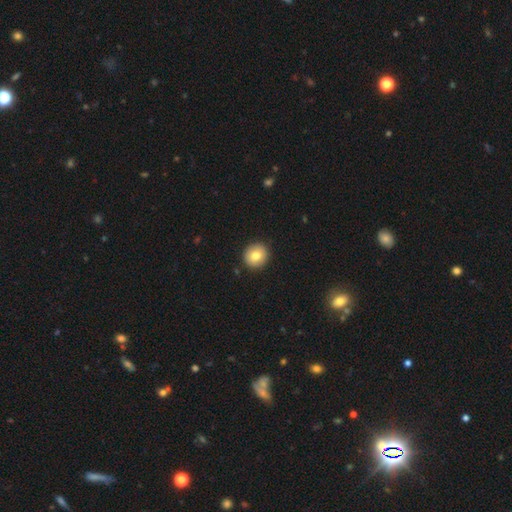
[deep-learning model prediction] This appears to be a smooth galaxy with no disk features (79%) that is round (89%). Merging: none (91%).